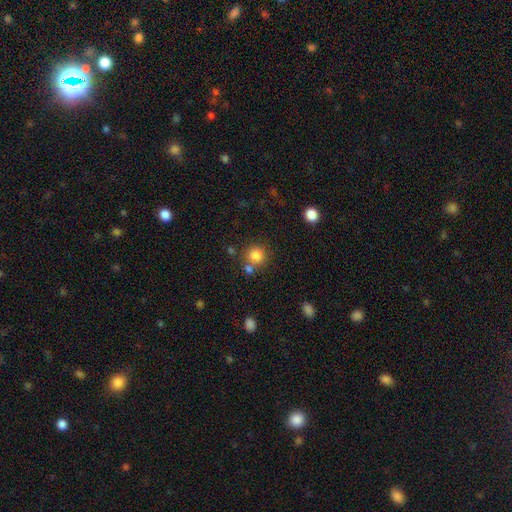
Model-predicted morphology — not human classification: This is clearly a smooth galaxy (82%). How rounded: clearly round (90%). Merging: likely none (69%).